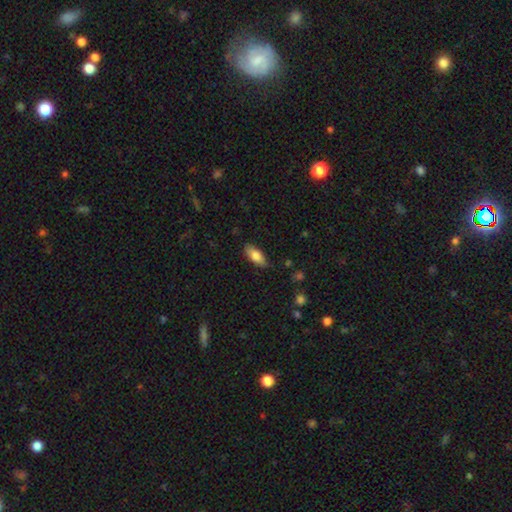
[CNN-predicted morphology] smooth_or_featured: smooth (p=0.78) [alt: featured or disk p=0.15]
how_rounded: in between (p=0.79) [alt: cigar-shaped p=0.18]
merging: none (p=0.82) [alt: minor disturbance p=0.14]